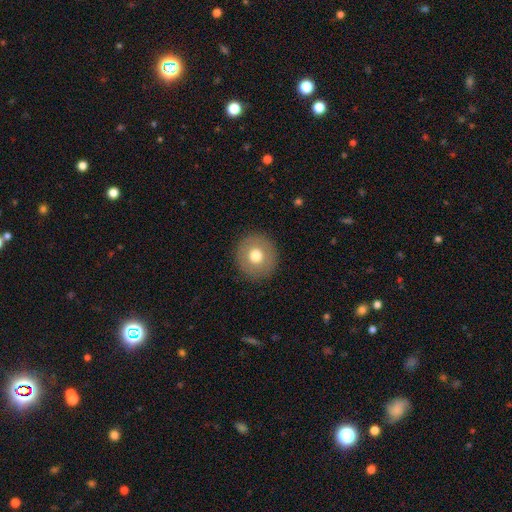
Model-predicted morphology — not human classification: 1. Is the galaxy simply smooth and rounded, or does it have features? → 70% smooth, 21% featured or disk, 9% star or artifact.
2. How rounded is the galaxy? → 94% round, 5% in between, 1% cigar-shaped.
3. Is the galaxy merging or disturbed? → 91% none, 6% minor disturbance, 2% major disturbance, 1% merger.